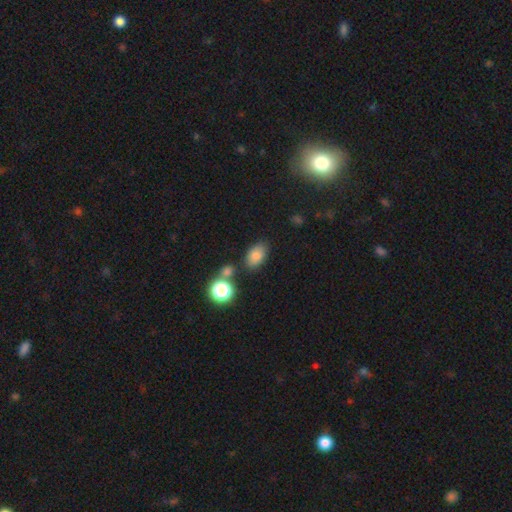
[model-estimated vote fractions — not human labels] Overall: smooth (78%). How rounded: in between (85%). Merging: none (75%).